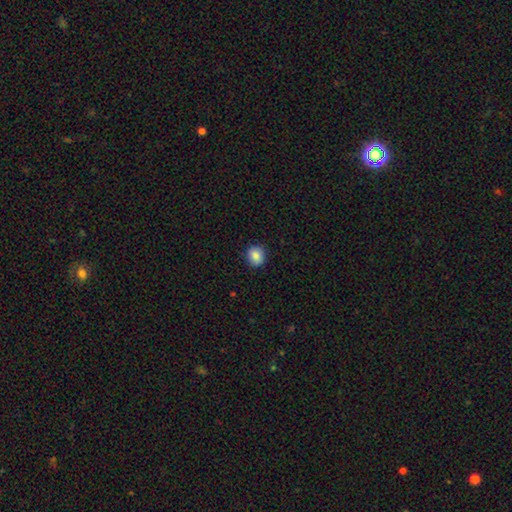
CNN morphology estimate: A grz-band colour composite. It shows a smooth galaxy with no disk features (86%) that is round (80%). Merging: none (89%).